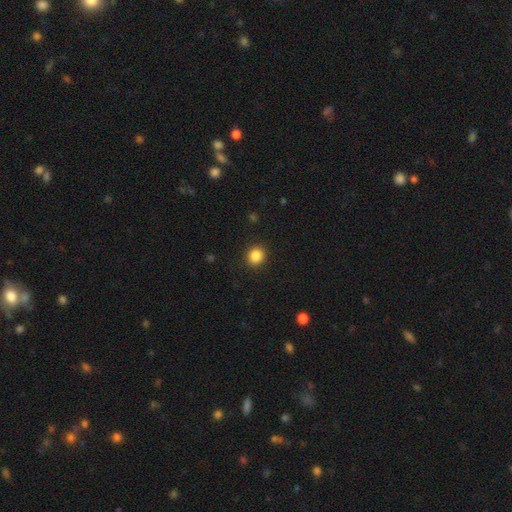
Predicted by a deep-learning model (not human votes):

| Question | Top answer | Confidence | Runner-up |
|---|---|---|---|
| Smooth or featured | smooth | 86% | star or artifact (10%) |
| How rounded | round | 84% | in between (15%) |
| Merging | none | 91% | minor disturbance (6%) |